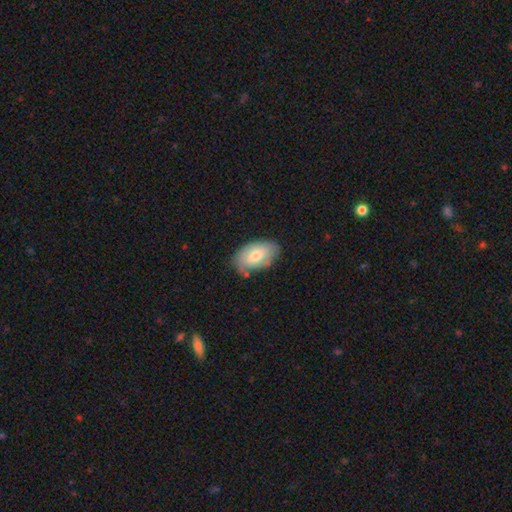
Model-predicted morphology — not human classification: type=smooth (69%); roundness=in between (94%); merging=none (73%).